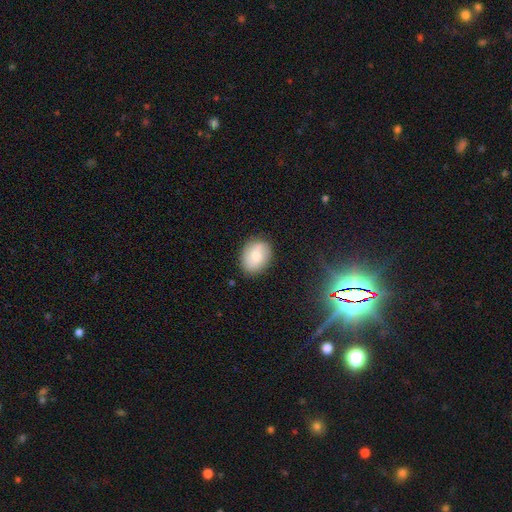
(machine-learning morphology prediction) smooth_or_featured: smooth (p=0.71) [alt: featured or disk p=0.21]
how_rounded: in between (p=0.62) [alt: round p=0.37]
merging: none (p=0.82) [alt: minor disturbance p=0.13]